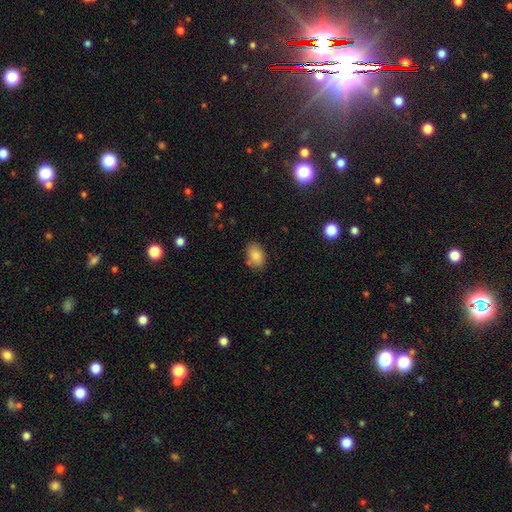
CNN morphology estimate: type=smooth (85%); roundness=in between (84%); merging=none (80%).